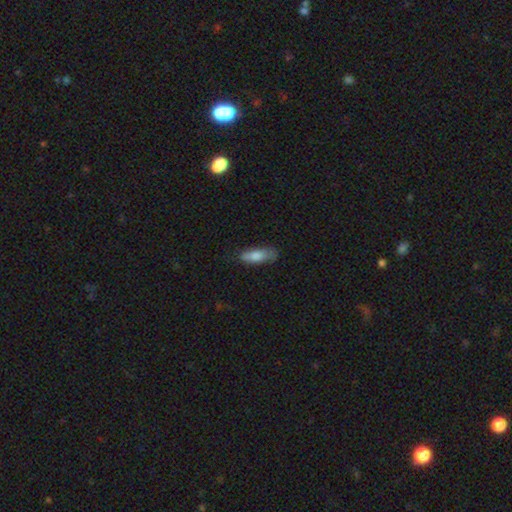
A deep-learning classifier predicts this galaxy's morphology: type=smooth (76%); roundness=in between (57%); merging=none (70%).